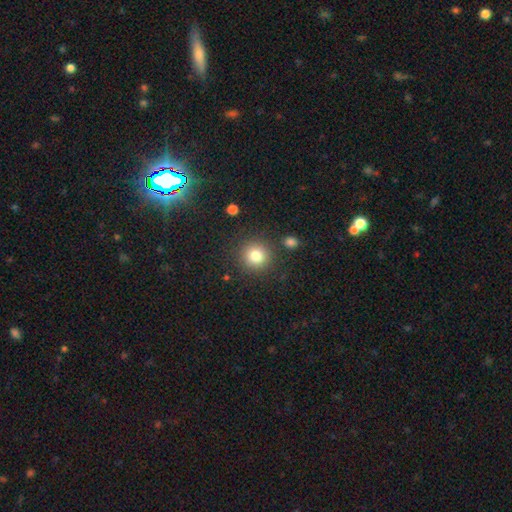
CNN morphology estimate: A smooth galaxy with no disk features (82%) that is round (93%).

Vote fractions:
- Smooth or featured? smooth: 82% / star or artifact: 11% / featured or disk: 7%
- How rounded? round: 93% / in between: 6% / cigar-shaped: 1%
- Merging? none: 87% / minor disturbance: 7% / merger: 3% / major disturbance: 3%